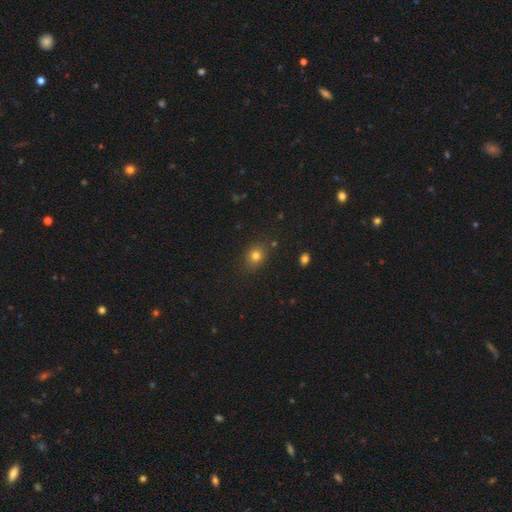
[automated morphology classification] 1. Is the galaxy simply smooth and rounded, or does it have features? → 78% smooth, 14% star or artifact, 8% featured or disk.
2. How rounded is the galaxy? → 62% round, 37% in between, 1% cigar-shaped.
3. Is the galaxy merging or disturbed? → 83% none, 12% minor disturbance, 3% major disturbance, 2% merger.